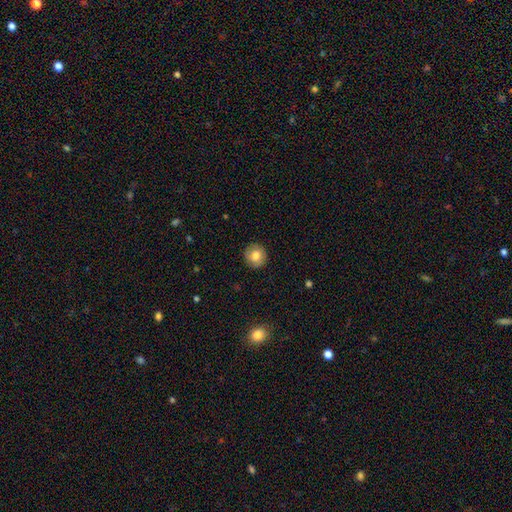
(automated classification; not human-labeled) Smooth or featured? smooth (80%)
How rounded? round (90%)
Merging? none (90%)